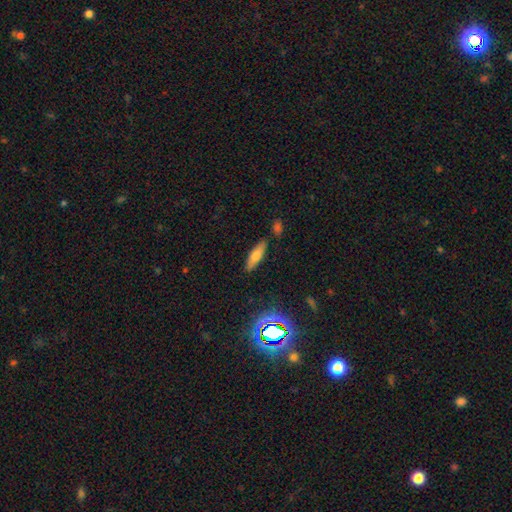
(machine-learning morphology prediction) Smooth or featured? smooth (67%)
How rounded? cigar-shaped (54%)
Merging? none (83%)